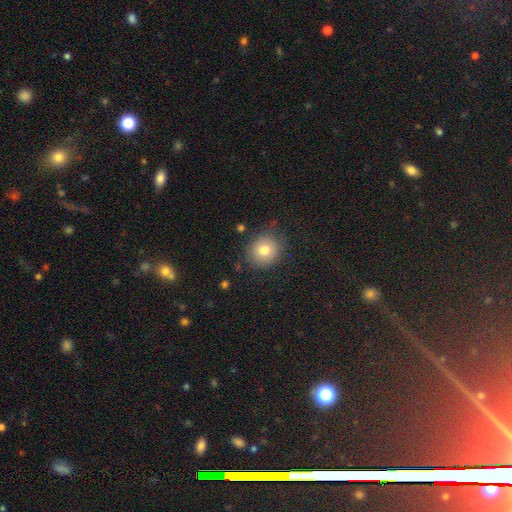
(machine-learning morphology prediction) type=smooth (74%); roundness=round (87%); merging=none (84%).